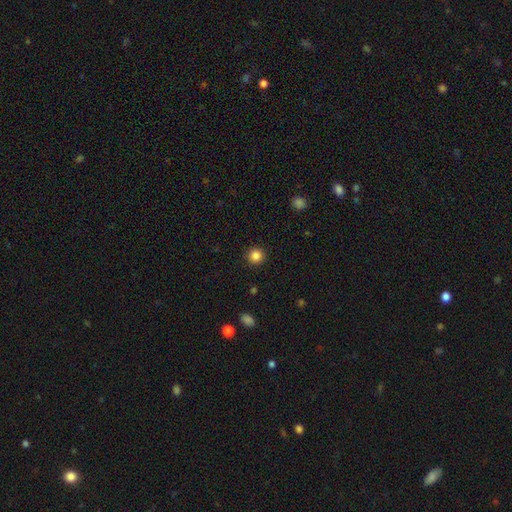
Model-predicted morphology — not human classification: This is clearly a smooth galaxy (86%). How rounded: clearly round (94%). Merging: clearly none (92%).